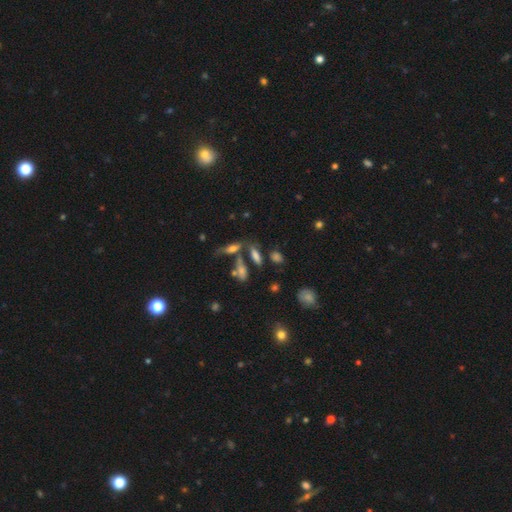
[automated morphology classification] Q: Smooth or featured?
A: smooth (68%); runner-up: featured or disk (19%)
Q: How rounded?
A: in between (57%); runner-up: cigar-shaped (38%)
Q: Merging?
A: none (53%); runner-up: merger (25%)